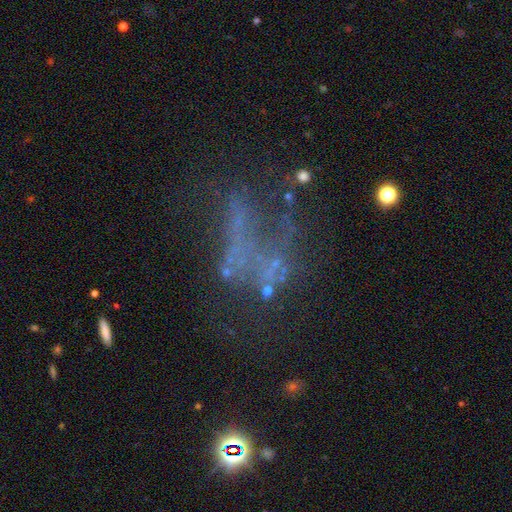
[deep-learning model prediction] This is possibly a featured or disk galaxy (49%). Merging: marginally none (41%).